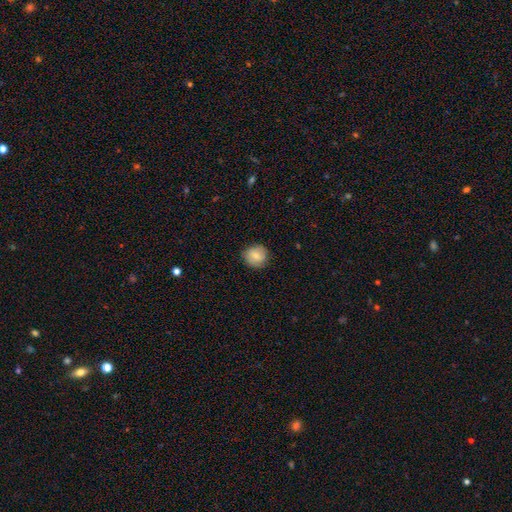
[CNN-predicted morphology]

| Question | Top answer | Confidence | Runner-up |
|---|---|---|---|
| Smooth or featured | smooth | 74% | featured or disk (18%) |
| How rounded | round | 85% | in between (14%) |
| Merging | none | 83% | minor disturbance (13%) |